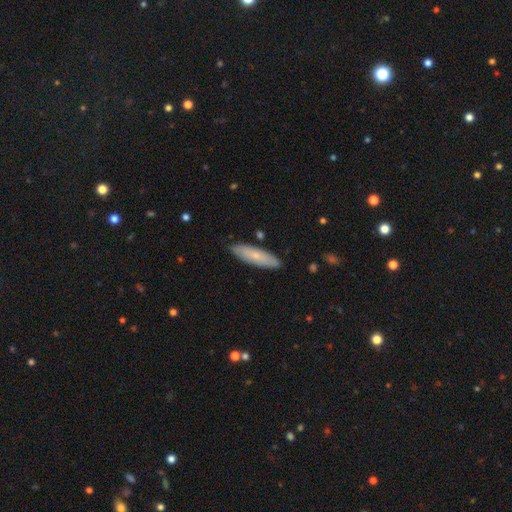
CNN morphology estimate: This appears to be a smooth galaxy with no disk features (69%) that is cigar-shaped (64%). Merging: none (87%).